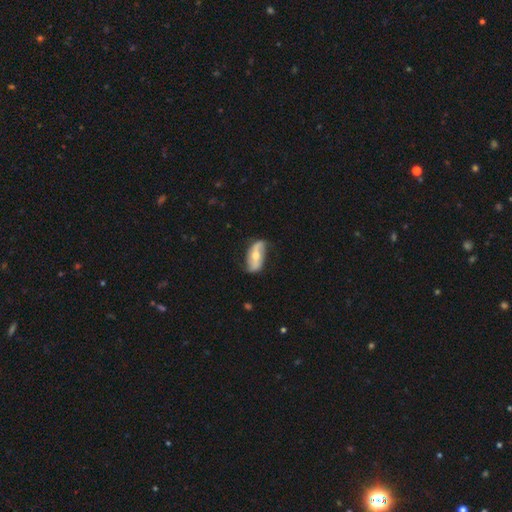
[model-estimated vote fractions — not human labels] This is likely a featured or disk galaxy (68%). It is clearly not viewed edge-on (90%). Bar: marginally no (42%). Spiral arm pattern: clearly yes (85%). Spiral arm count: clearly 2 (87%). Spiral winding: likely loose (70%). Central bulge: likely moderate (64%). Merging: likely none (67%).